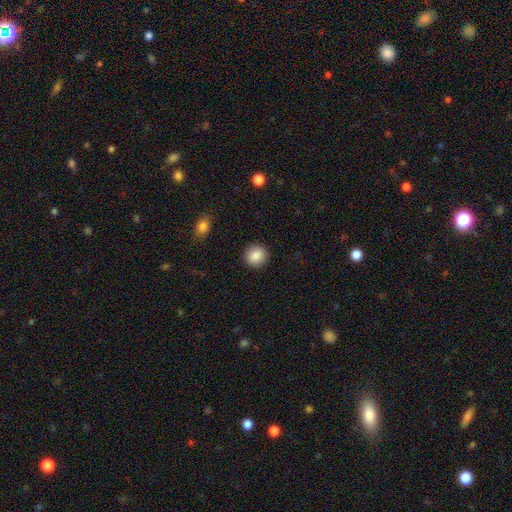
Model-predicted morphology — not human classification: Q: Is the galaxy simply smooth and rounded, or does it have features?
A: smooth — 87%.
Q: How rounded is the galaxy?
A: round — 93%.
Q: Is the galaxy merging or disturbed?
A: none — 92%.